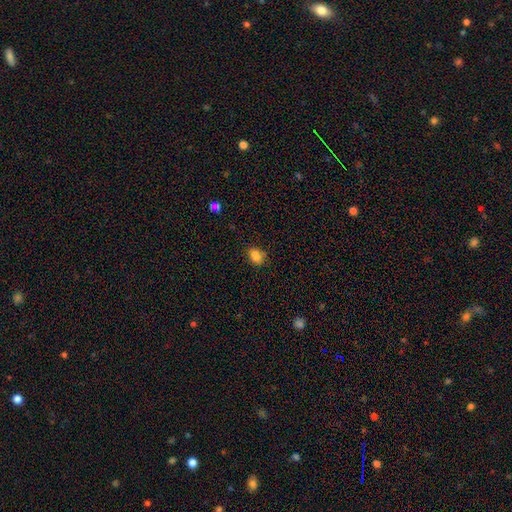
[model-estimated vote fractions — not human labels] smooth-or-featured: smooth: 82% | star or artifact: 12% | featured or disk: 6%
  how-rounded: in between: 69% | round: 30% | cigar-shaped: 2%
  merging: none: 67% | minor disturbance: 20% | merger: 8% | major disturbance: 5%